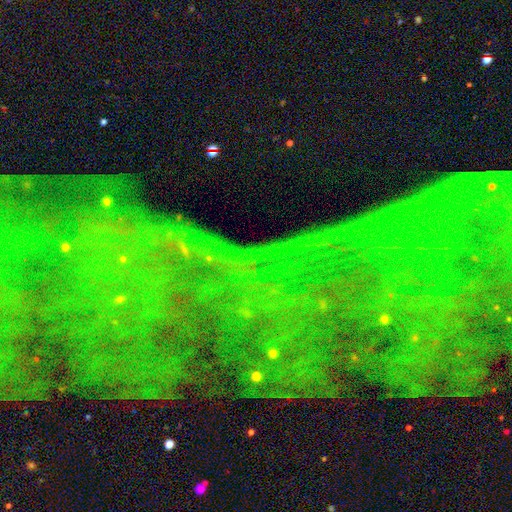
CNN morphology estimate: A star or artifact, not a galaxy (84%).

Vote fractions:
- Smooth or featured? star or artifact: 84% / featured or disk: 9% / smooth: 7%